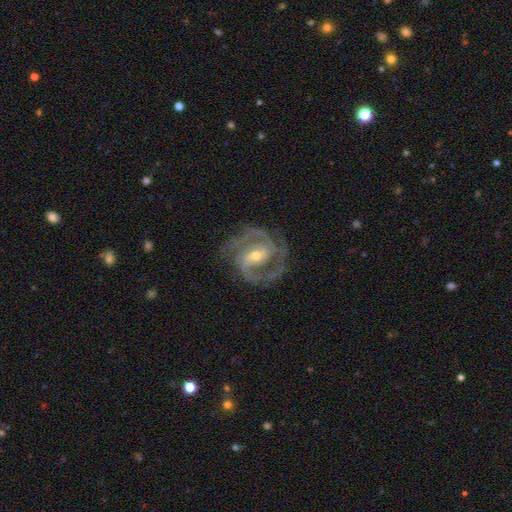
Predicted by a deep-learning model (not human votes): This appears to be a featured or disk galaxy (93%) with a weak bar (45%), 2 (71%) medium (53%) spiral arms (98%) and a moderate central bulge (51%). Merging: none (75%).